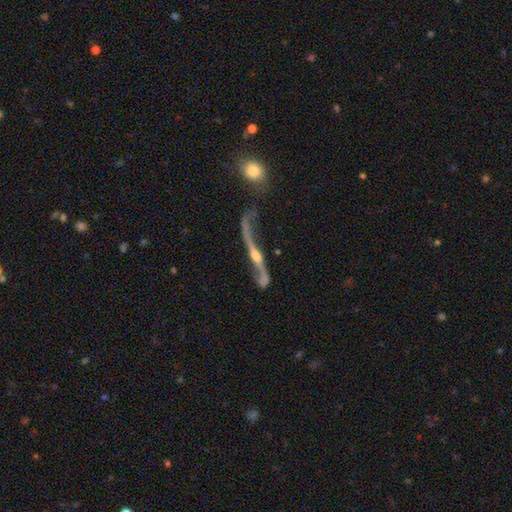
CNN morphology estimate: type=featured or disk (84%); edge-on=no (52%); merging=none (38%).